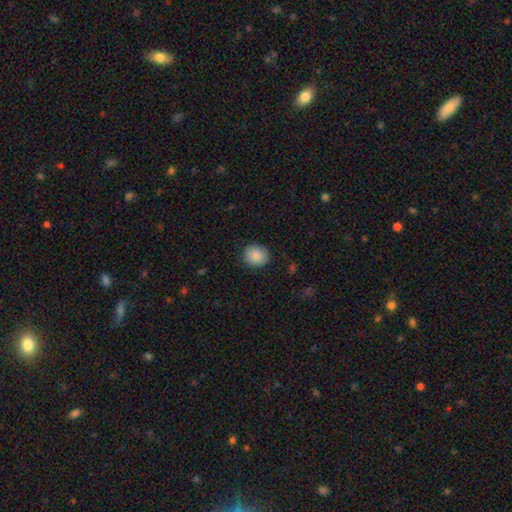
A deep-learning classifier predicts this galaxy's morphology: The model was most divided on "how rounded": round: 78%, in between: 21%, cigar-shaped: 1%. More confident: merging — none (89%); smooth or featured — smooth (88%).